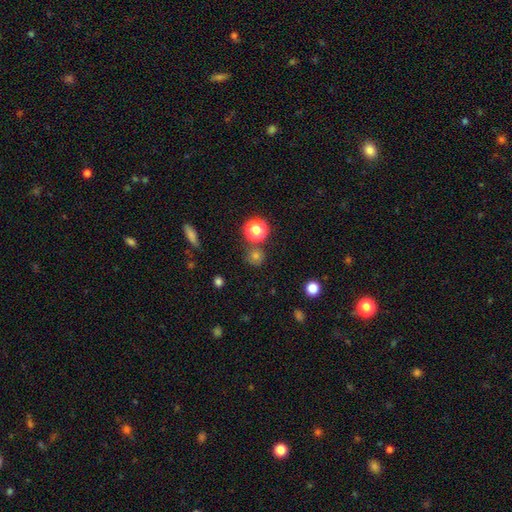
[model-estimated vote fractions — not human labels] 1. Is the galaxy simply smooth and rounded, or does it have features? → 65% smooth, 27% star or artifact, 7% featured or disk.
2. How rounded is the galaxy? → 91% round, 8% in between, 1% cigar-shaped.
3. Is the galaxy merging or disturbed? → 80% none, 8% minor disturbance, 8% merger, 3% major disturbance.